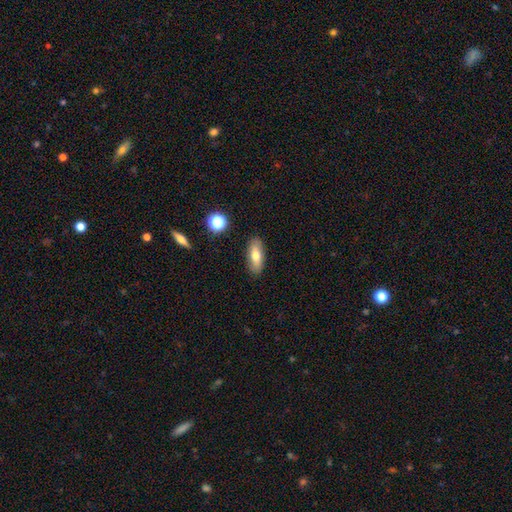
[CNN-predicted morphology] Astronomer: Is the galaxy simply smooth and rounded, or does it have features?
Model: smooth — 69%.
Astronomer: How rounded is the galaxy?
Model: in between — 67%.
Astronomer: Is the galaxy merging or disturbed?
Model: none — 87%.